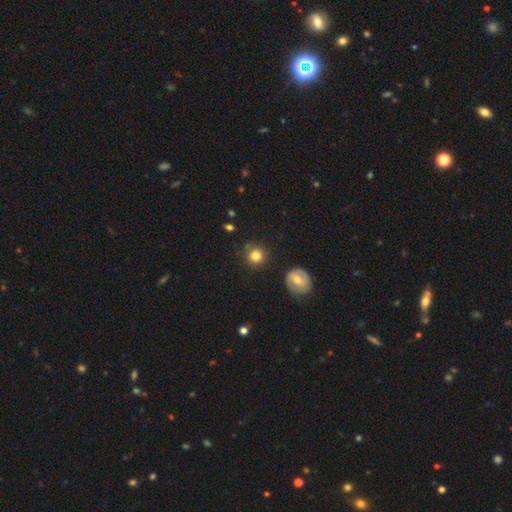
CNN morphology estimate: smooth 81%, star or artifact 11%, featured or disk 9%. Down the decision tree: how rounded — round (92%); merging — none (83%).